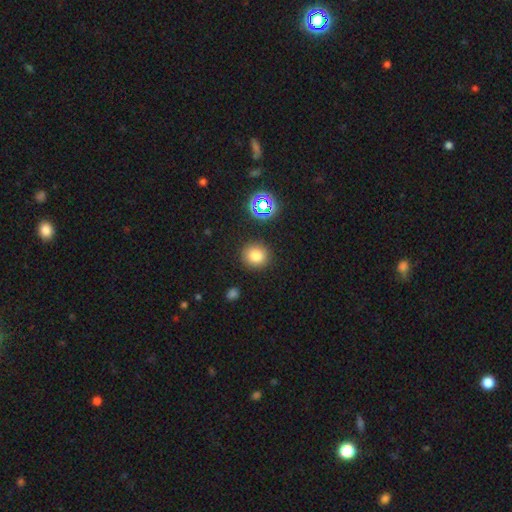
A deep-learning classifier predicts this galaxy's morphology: This appears to be a smooth galaxy with no disk features (78%) that is round (87%). Merging: none (89%).